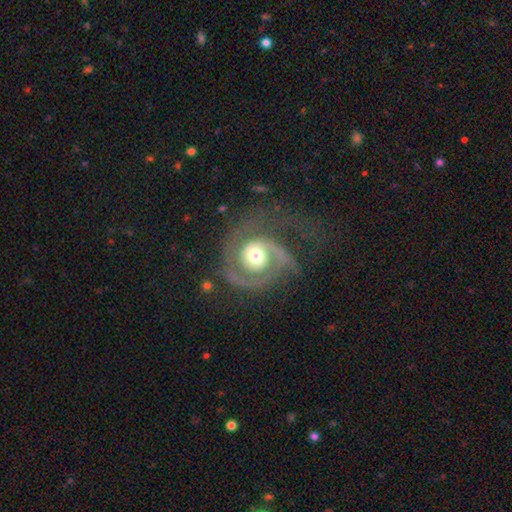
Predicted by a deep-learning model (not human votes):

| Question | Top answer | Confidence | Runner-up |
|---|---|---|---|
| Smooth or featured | featured or disk | 85% | smooth (10%) |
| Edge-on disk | no | 98% | yes (2%) |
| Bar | no | 76% | weak (19%) |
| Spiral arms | yes | 95% | no (5%) |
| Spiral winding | tight | 48% | medium (37%) |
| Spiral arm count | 1 | 43% | 2 (38%) |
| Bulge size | moderate | 64% | large (21%) |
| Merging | none | 53% | major disturbance (27%) |